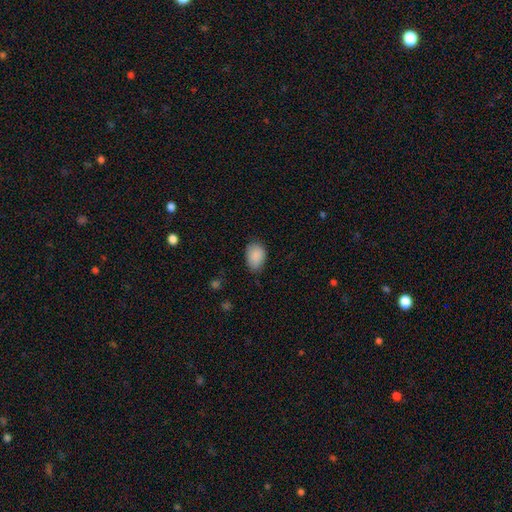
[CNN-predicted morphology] The model was most divided on "merging": none: 71%, minor disturbance: 24%, major disturbance: 4%, merger: 1%. More confident: smooth or featured — smooth (89%); how rounded — in between (82%).